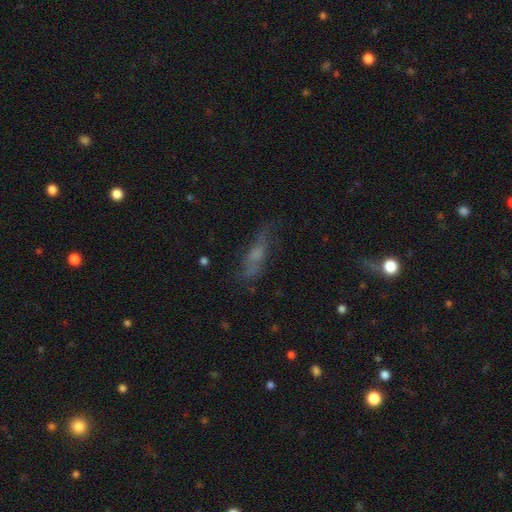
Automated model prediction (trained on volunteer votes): Smooth or featured? Predicted: smooth (p=0.42). Merging? Predicted: none (p=0.63).